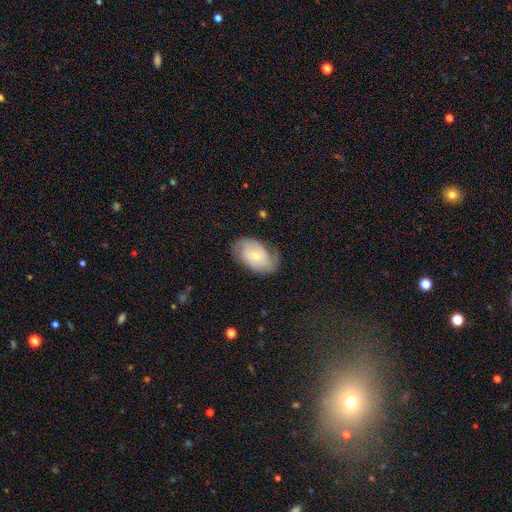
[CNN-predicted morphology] Smooth or featured? Predicted: featured or disk (p=0.69). Edge-on disk? Predicted: no (p=0.96). Bar? Predicted: no (p=0.58). Spiral arms? Predicted: yes (p=0.90). Spiral winding? Predicted: tight (p=0.47). Spiral arm count? Predicted: 2 (p=0.55). Bulge size? Predicted: small (p=0.50). Merging? Predicted: none (p=0.69).